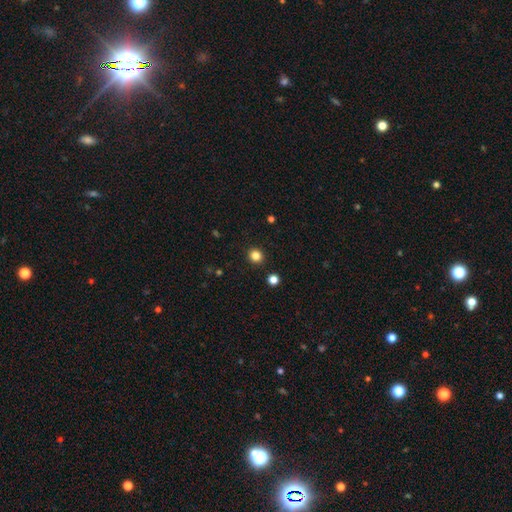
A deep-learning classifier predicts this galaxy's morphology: type=smooth (83%); roundness=round (85%); merging=none (91%).